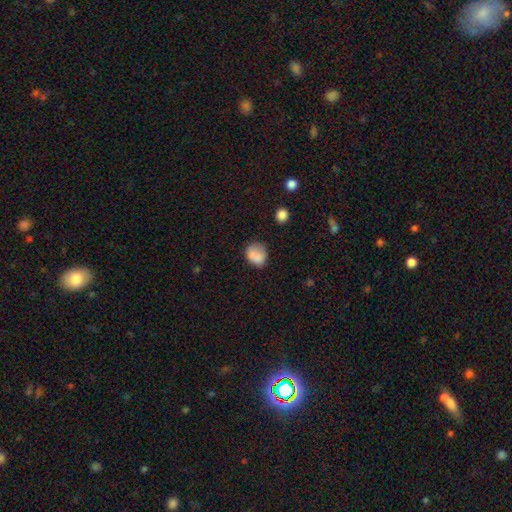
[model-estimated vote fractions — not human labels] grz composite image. It shows a smooth galaxy with no disk features (78%) that is round (61%). Merging: none (56%).